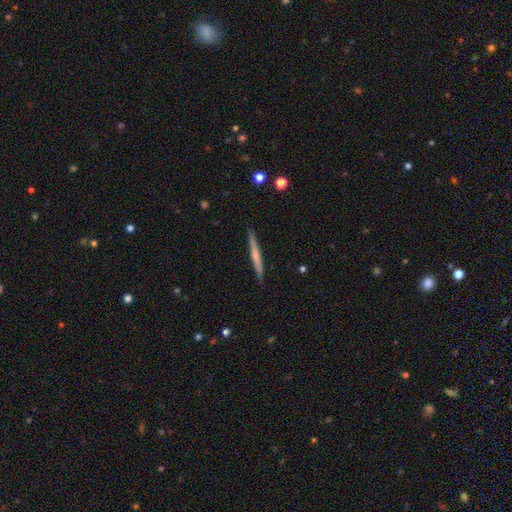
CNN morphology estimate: smooth-or-featured: smooth: 49% | featured or disk: 46% | star or artifact: 5%
  merging: none: 90% | minor disturbance: 8% | major disturbance: 1% | merger: 1%